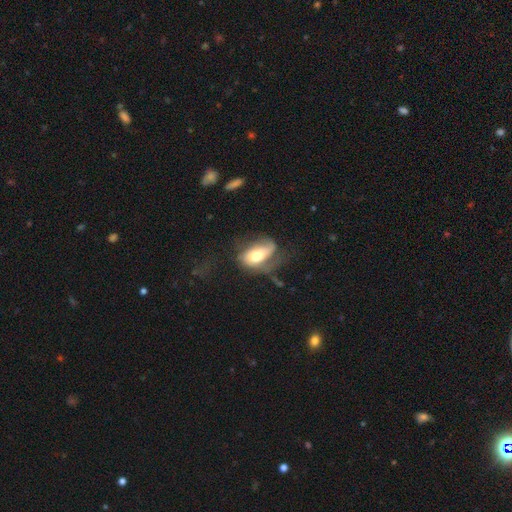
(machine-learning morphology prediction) smooth 51%, featured or disk 41%, star or artifact 7%. Down the decision tree: how rounded — in between (87%); merging — major disturbance (37%).